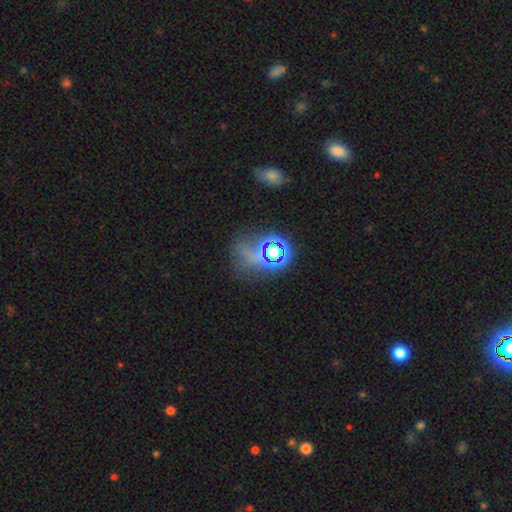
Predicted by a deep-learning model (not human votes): star or artifact 57%, smooth 26%, featured or disk 17%.